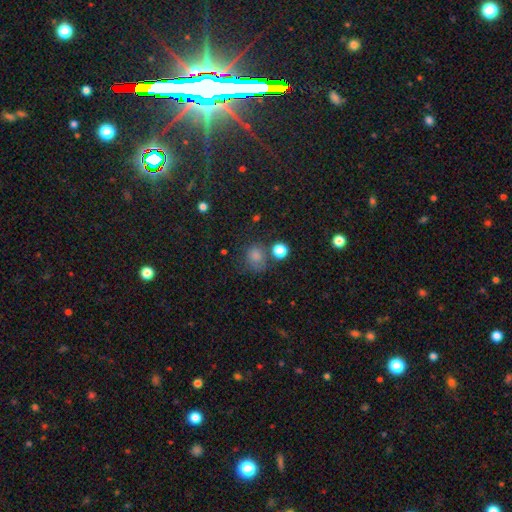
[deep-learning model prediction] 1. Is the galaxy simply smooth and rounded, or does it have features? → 64% smooth, 27% star or artifact, 9% featured or disk.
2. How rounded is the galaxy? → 79% round, 20% in between, 1% cigar-shaped.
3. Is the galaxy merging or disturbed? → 68% none, 16% minor disturbance, 9% merger, 7% major disturbance.